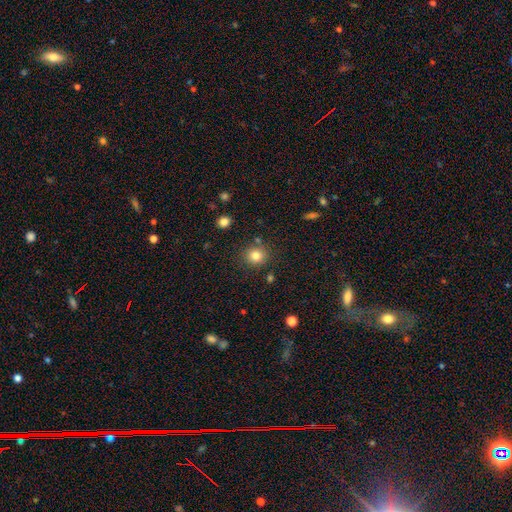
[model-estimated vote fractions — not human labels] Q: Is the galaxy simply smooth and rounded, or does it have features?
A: smooth — 82%.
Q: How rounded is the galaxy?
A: round — 85%.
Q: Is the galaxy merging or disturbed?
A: none — 81%.